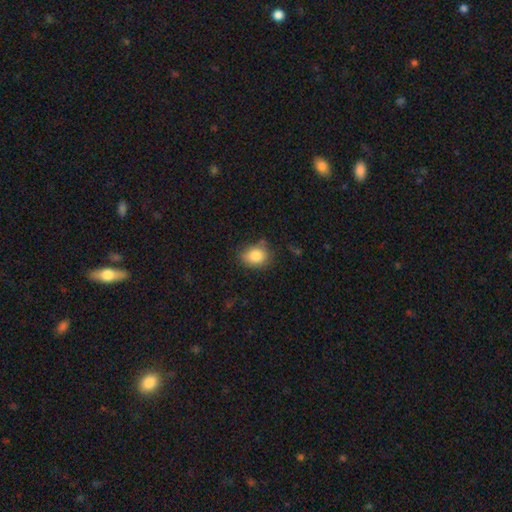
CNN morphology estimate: Overall: smooth (84%). How rounded: in between (54%; round 45%). Merging: none (67%).